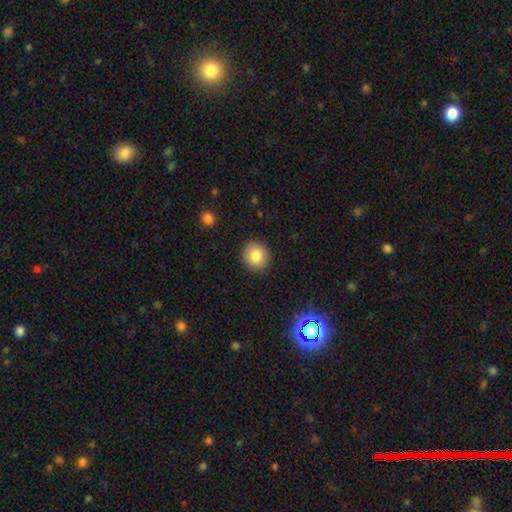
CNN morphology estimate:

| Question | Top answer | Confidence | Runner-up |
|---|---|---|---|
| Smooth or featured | smooth | 82% | star or artifact (9%) |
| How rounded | round | 86% | in between (13%) |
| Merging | none | 91% | minor disturbance (6%) |